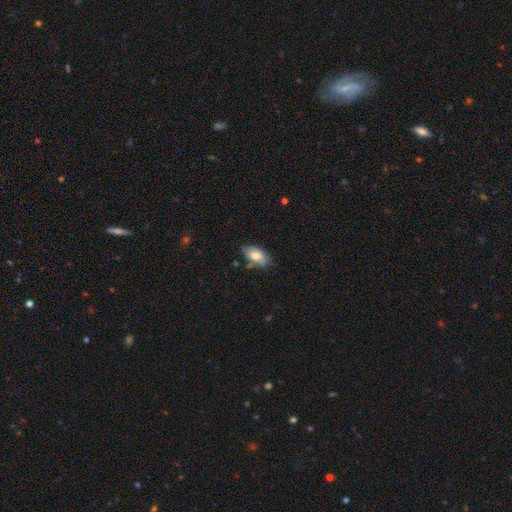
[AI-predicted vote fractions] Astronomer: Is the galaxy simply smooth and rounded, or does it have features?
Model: smooth — 75%.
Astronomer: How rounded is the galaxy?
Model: in between — 92%.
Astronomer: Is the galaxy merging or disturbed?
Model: none — 67%.